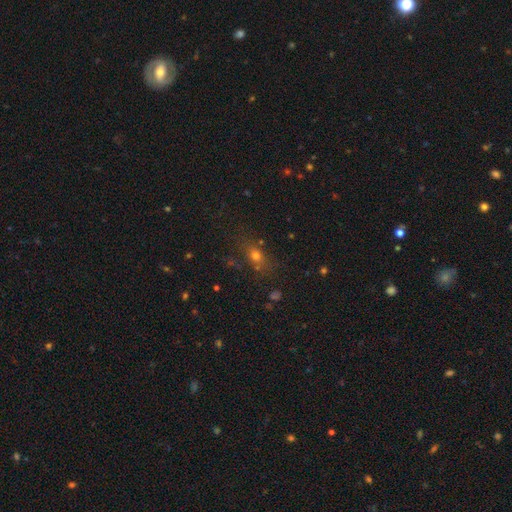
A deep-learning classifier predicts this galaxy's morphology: A smooth galaxy with no disk features (62%) that is in between round and cigar-shaped (48%).

Vote fractions:
- Smooth or featured? smooth: 62% / star or artifact: 23% / featured or disk: 15%
- How rounded? in between: 48% / round: 41% / cigar-shaped: 11%
- Merging? none: 73% / minor disturbance: 15% / major disturbance: 7% / merger: 5%